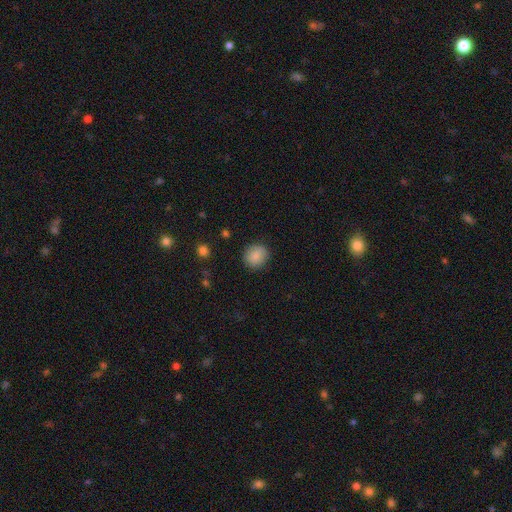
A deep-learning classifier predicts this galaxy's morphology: This appears to be a smooth galaxy with no disk features (87%) that is round (84%). Merging: none (87%).